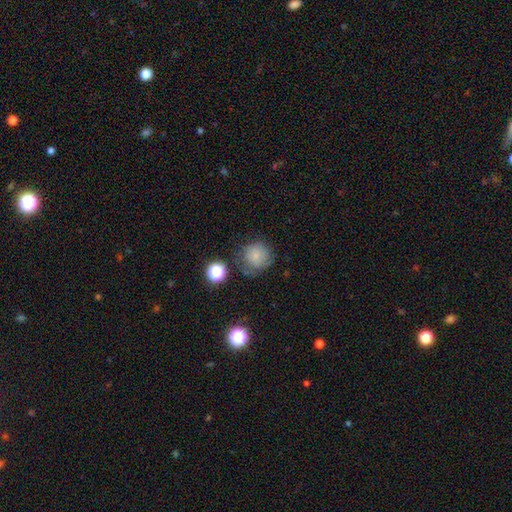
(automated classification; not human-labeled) A smooth galaxy with no disk features (76%) that is round (91%).

Vote fractions:
- Smooth or featured? smooth: 76% / star or artifact: 13% / featured or disk: 11%
- How rounded? round: 91% / in between: 8% / cigar-shaped: 1%
- Merging? none: 66% / minor disturbance: 20% / major disturbance: 8% / merger: 5%